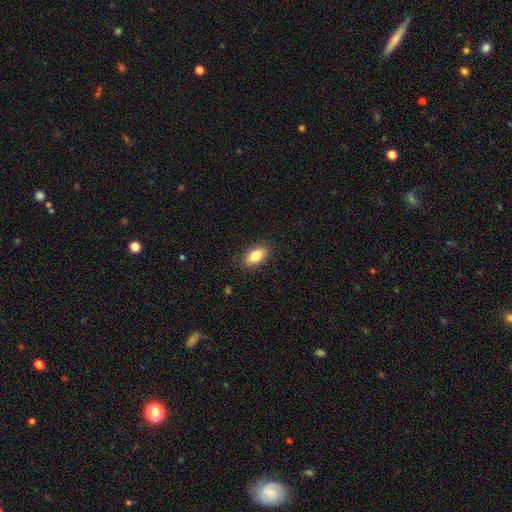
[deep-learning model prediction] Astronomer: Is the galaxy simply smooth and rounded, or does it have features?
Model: smooth — 83%.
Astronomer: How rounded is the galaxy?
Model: in between — 89%.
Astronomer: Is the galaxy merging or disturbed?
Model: none — 86%.